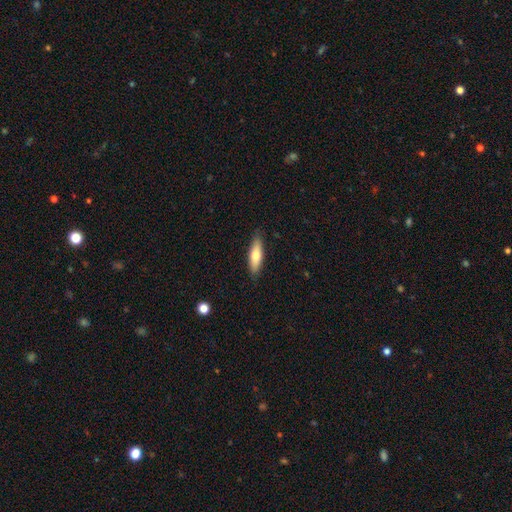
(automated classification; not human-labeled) Overall: smooth (68%). How rounded: cigar-shaped (52%; in between 46%). Merging: none (86%).